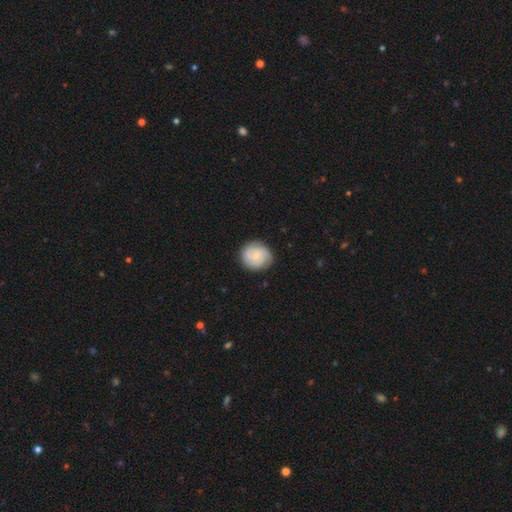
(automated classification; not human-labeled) Smooth or featured? Predicted: featured or disk (p=0.53). Edge-on disk? Predicted: no (p=0.98). Bar? Predicted: no (p=0.71). Spiral arms? Predicted: yes (p=0.89). Bulge size? Predicted: small (p=0.62). Merging? Predicted: none (p=0.81).